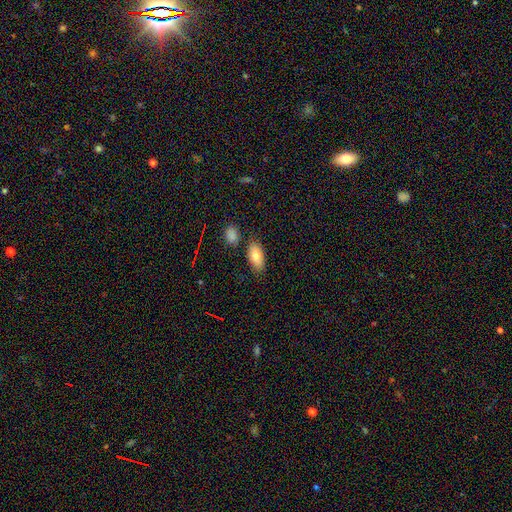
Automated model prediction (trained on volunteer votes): This appears to be a smooth galaxy with no disk features (79%) that is in between round and cigar-shaped (89%). Merging: none (79%).